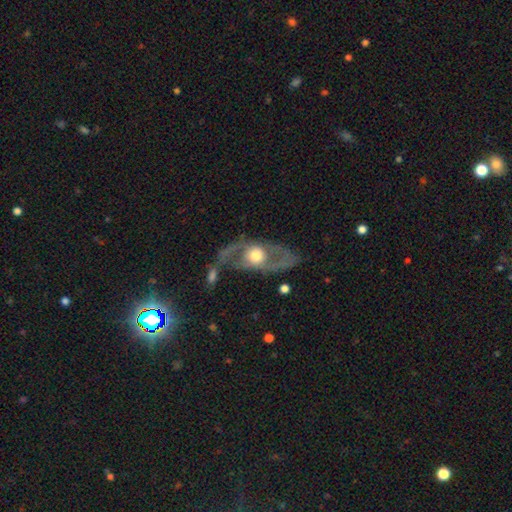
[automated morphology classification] type=featured or disk (74%); edge-on=no (85%); bar=no (79%); spiral arms=yes (56%); bulge=moderate (63%); merging=none (54%).